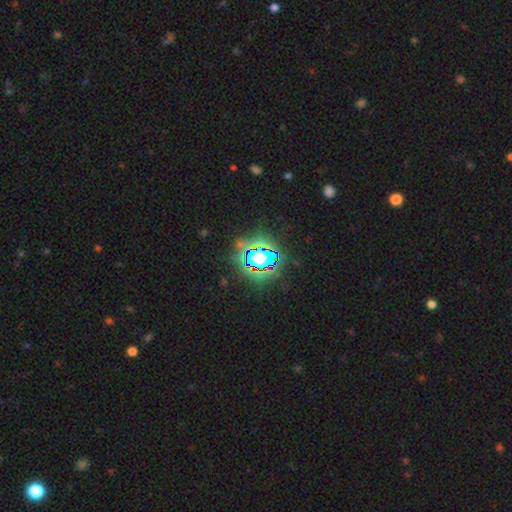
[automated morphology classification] A star or artifact, not a galaxy (79%).